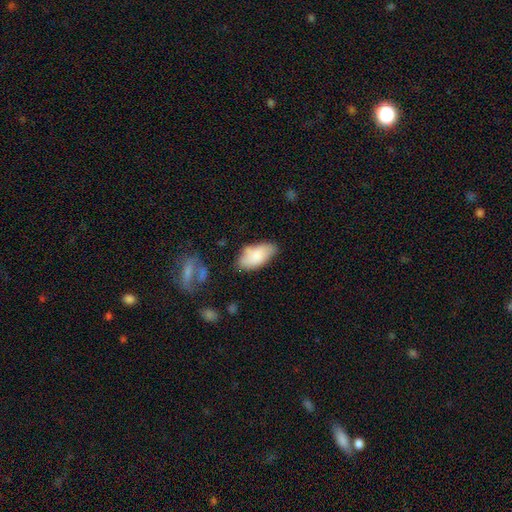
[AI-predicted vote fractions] A smooth galaxy with no disk features (81%) that is in between round and cigar-shaped (93%).

Vote fractions:
- Smooth or featured? smooth: 81% / featured or disk: 12% / star or artifact: 6%
- How rounded? in between: 93% / cigar-shaped: 5% / round: 2%
- Merging? none: 65% / minor disturbance: 24% / major disturbance: 6% / merger: 5%